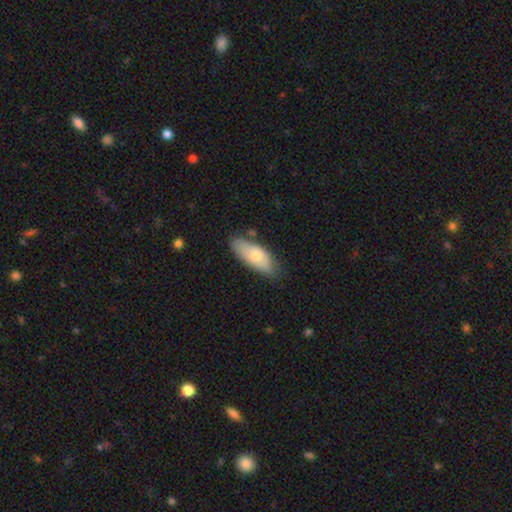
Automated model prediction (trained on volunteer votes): smooth-or-featured: smooth: 70% | featured or disk: 25% | star or artifact: 6%
  how-rounded: in between: 79% | cigar-shaped: 19% | round: 2%
  merging: none: 73% | minor disturbance: 20% | major disturbance: 3% | merger: 3%